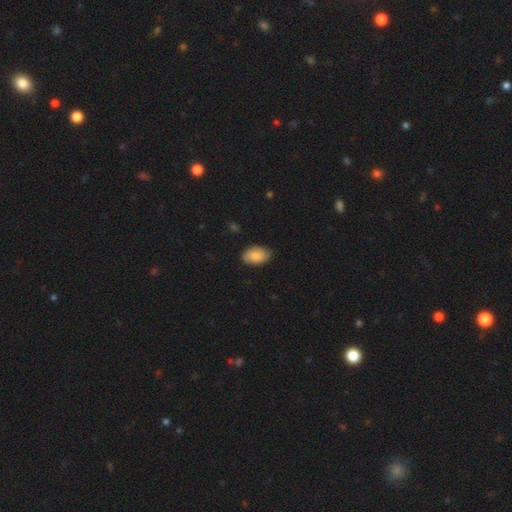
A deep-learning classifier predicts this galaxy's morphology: Smooth or featured? smooth (80%)
How rounded? in between (91%)
Merging? none (79%)